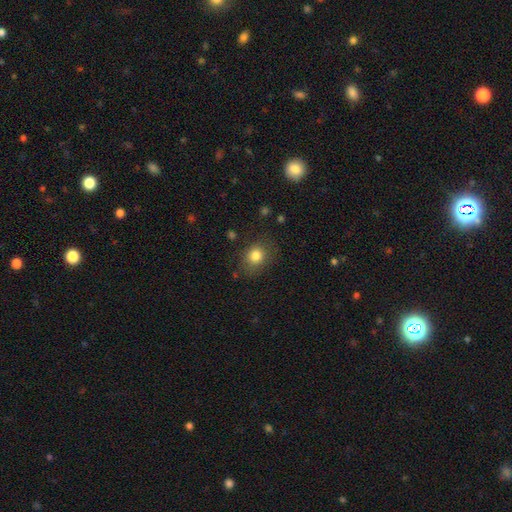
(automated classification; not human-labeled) Overall: smooth (81%). How rounded: round (64%; in between 35%). Merging: none (78%).